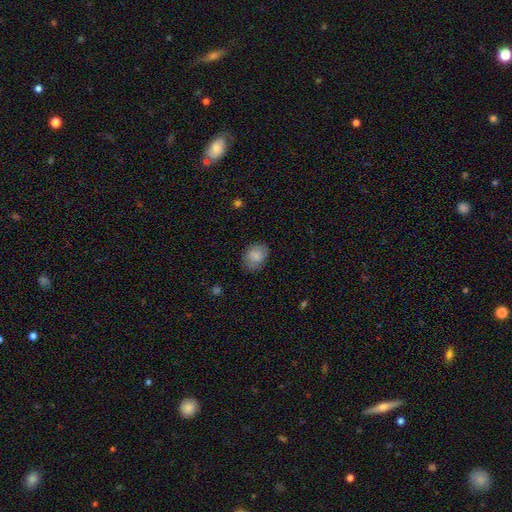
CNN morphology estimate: Smooth or featured?
  - smooth: 84% *
  - featured or disk: 8%
  - star or artifact: 8%
How rounded?
  - in between: 62% *
  - round: 37%
  - cigar-shaped: 1%
Merging?
  - none: 80% *
  - minor disturbance: 15%
  - major disturbance: 4%
  - merger: 1%